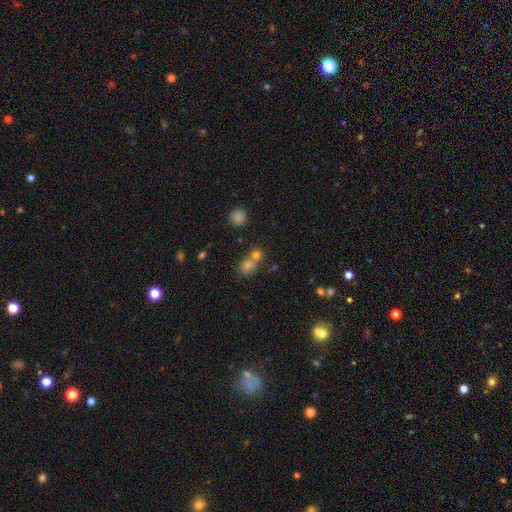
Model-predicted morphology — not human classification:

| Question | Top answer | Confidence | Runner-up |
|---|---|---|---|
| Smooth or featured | smooth | 74% | star or artifact (16%) |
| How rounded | round | 71% | in between (28%) |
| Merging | merger | 46% | none (42%) |